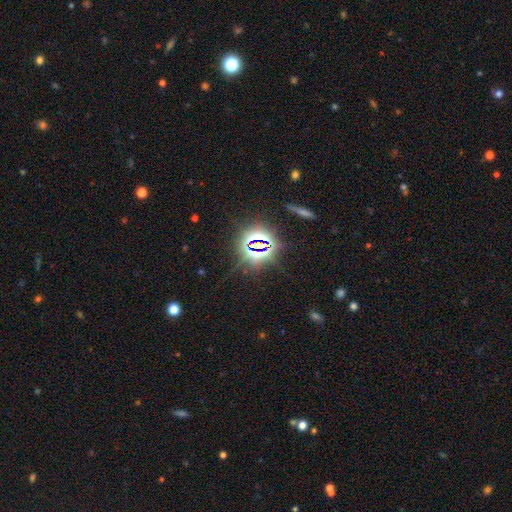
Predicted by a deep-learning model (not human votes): Smooth or featured? Predicted: star or artifact (p=0.80).